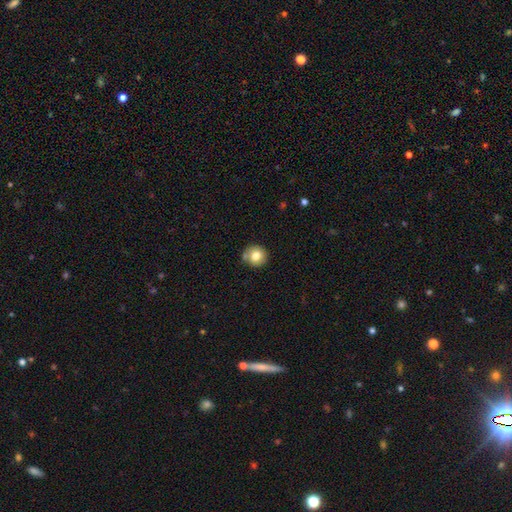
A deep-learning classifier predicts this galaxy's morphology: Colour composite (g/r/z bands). It shows a smooth galaxy with no disk features (79%) that is round (90%). Merging: none (72%).